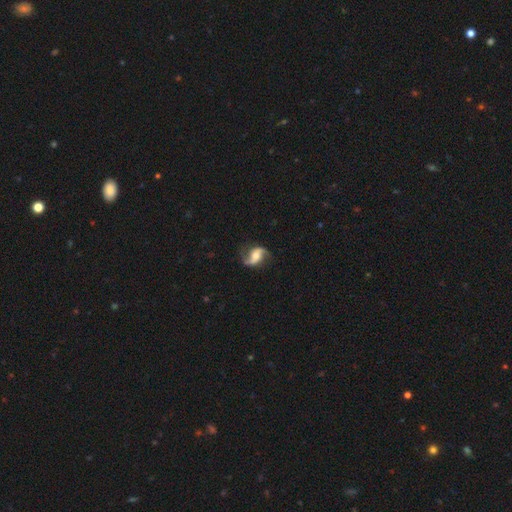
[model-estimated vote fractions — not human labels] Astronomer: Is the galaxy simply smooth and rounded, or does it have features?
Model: featured or disk — 85%.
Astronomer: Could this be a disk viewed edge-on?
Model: no — 97%.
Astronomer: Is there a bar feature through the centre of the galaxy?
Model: no — 44% (runner-up: weak, 36%).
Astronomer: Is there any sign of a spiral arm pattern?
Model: yes — 96%.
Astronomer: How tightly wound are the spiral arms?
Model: loose — 63%.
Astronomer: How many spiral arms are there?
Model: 2 — 92%.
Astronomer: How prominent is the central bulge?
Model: moderate — 56%.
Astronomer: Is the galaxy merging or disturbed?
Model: none — 77%.